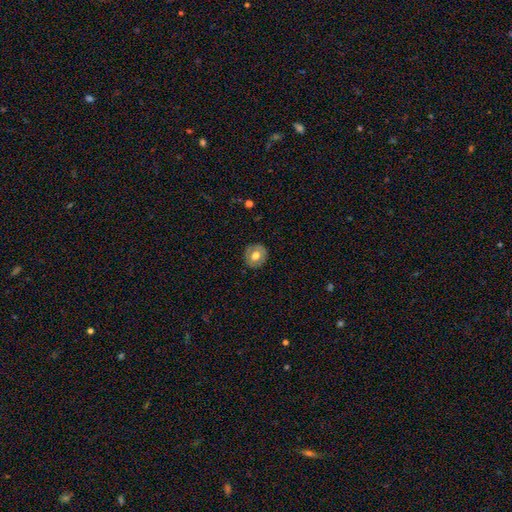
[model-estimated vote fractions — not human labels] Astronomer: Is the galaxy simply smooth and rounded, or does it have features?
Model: smooth — 61%.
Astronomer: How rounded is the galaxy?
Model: round — 87%.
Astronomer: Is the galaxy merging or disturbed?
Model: none — 86%.